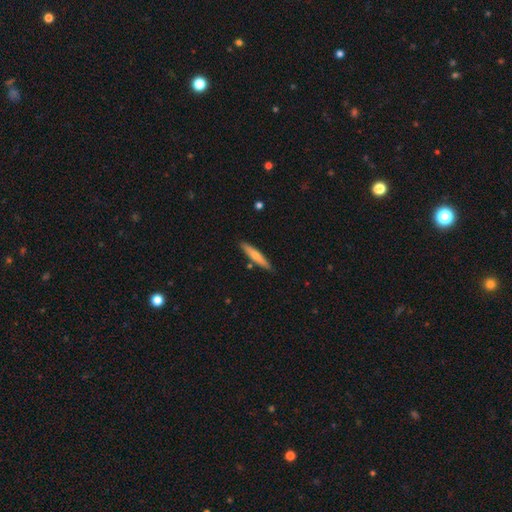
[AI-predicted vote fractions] Smooth or featured: smooth — 67% (featured or disk — 28%)
How rounded: cigar-shaped — 91% (in between — 8%)
Merging: none — 85% (minor disturbance — 10%)